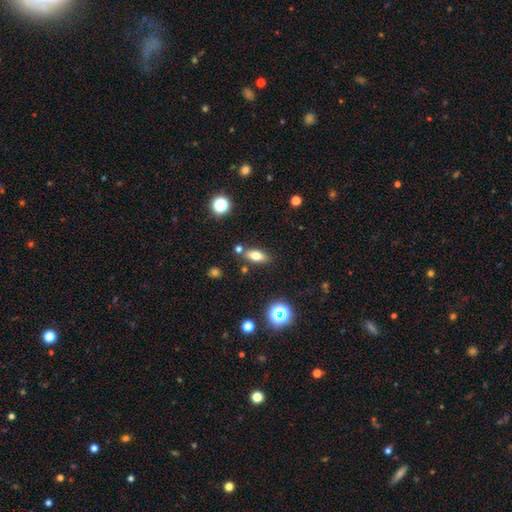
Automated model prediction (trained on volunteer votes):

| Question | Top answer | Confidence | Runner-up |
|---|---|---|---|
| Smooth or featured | smooth | 71% | featured or disk (18%) |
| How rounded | in between | 75% | cigar-shaped (19%) |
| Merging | none | 77% | minor disturbance (12%) |